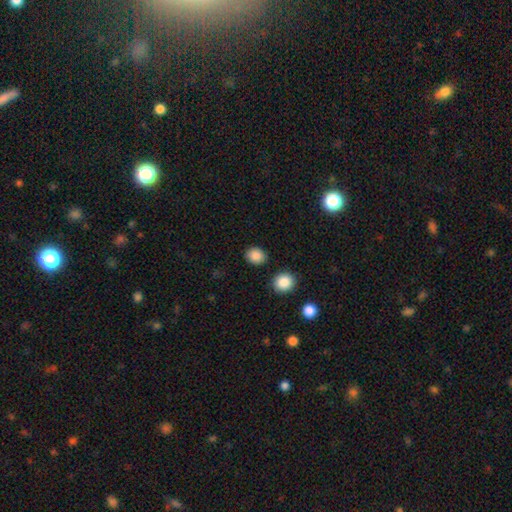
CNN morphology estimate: A smooth galaxy with no disk features (87%) that is round (66%). Merging: none (86%).